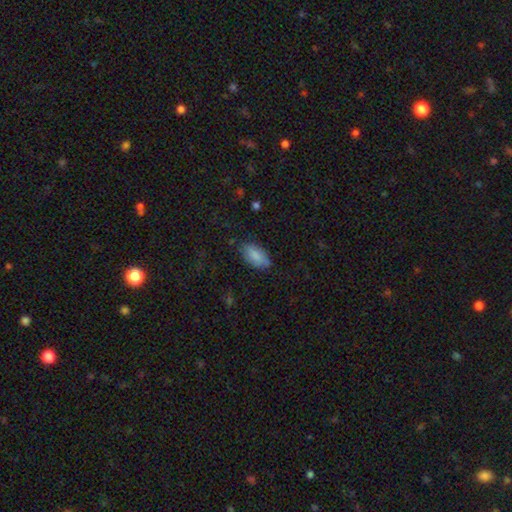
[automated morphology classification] Overall: smooth (86%). How rounded: in between (93%). Merging: none (76%).